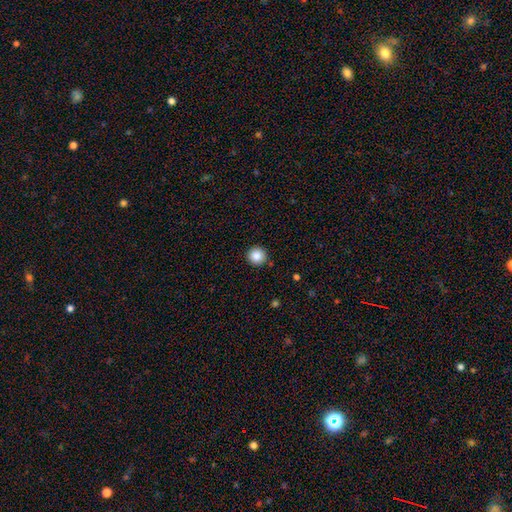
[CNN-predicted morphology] smooth-or-featured: smooth: 84% | star or artifact: 10% | featured or disk: 6%
  how-rounded: round: 96% | in between: 3% | cigar-shaped: 1%
  merging: none: 92% | minor disturbance: 5% | major disturbance: 2% | merger: 1%